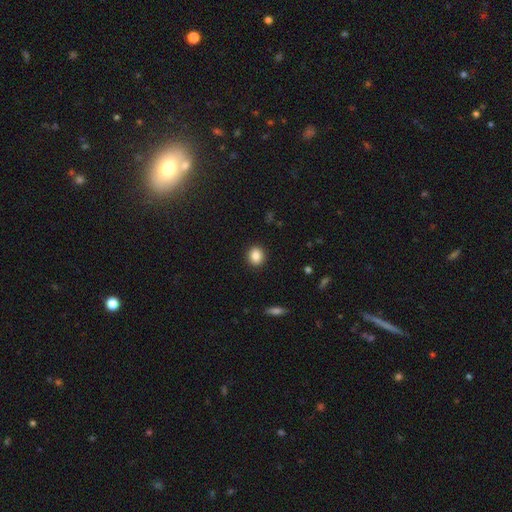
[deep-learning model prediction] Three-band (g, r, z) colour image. It shows a smooth galaxy with no disk features (86%) that is round (75%). Merging: none (91%).